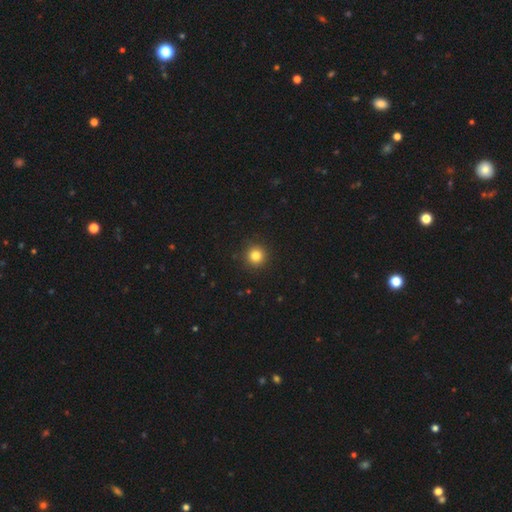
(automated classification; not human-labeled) smooth-or-featured: smooth: 82% | star or artifact: 12% | featured or disk: 5%
  how-rounded: round: 95% | in between: 4% | cigar-shaped: 1%
  merging: none: 92% | minor disturbance: 5% | major disturbance: 2% | merger: 1%